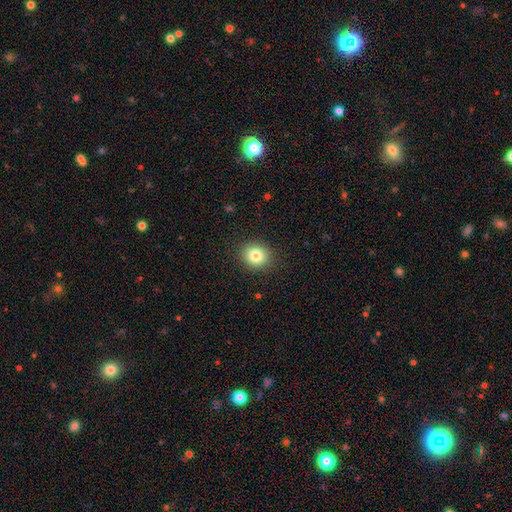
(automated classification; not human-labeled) Smooth or featured?
  - smooth: 82% *
  - star or artifact: 11%
  - featured or disk: 8%
How rounded?
  - round: 76% *
  - in between: 23%
  - cigar-shaped: 1%
Merging?
  - none: 89% *
  - minor disturbance: 7%
  - major disturbance: 2%
  - merger: 1%